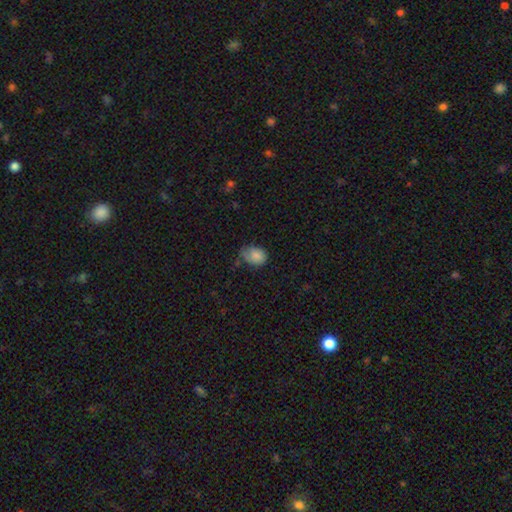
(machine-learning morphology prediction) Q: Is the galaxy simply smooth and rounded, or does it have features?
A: smooth — 82%.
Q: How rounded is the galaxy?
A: in between — 77%.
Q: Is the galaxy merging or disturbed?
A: none — 48%.